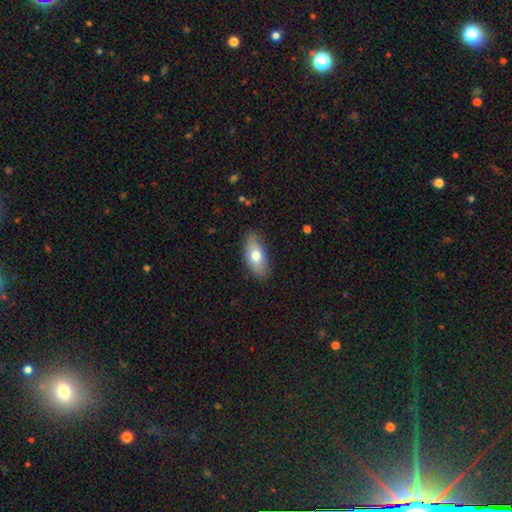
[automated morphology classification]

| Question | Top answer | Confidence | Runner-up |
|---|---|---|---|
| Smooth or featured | smooth | 73% | featured or disk (20%) |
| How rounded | in between | 86% | cigar-shaped (10%) |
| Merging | none | 83% | minor disturbance (13%) |